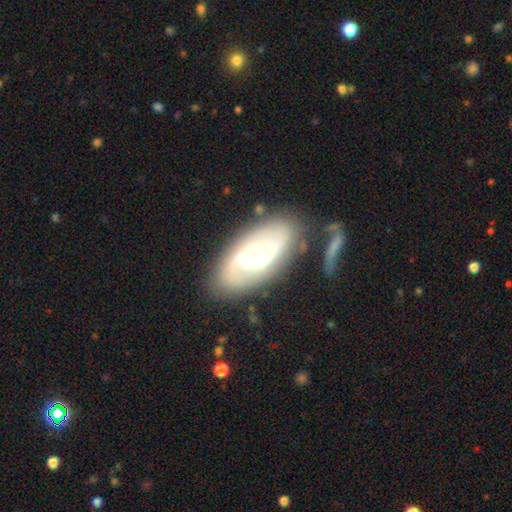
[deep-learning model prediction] This is likely a featured or disk galaxy (75%). It is clearly not viewed edge-on (94%). Bar: marginally weak (43%, tied with no). Spiral arm pattern: clearly yes (92%). Spiral arm count: clearly 2 (84%). Spiral winding: marginally medium (43%). Central bulge: likely moderate (62%). Merging: likely none (75%).